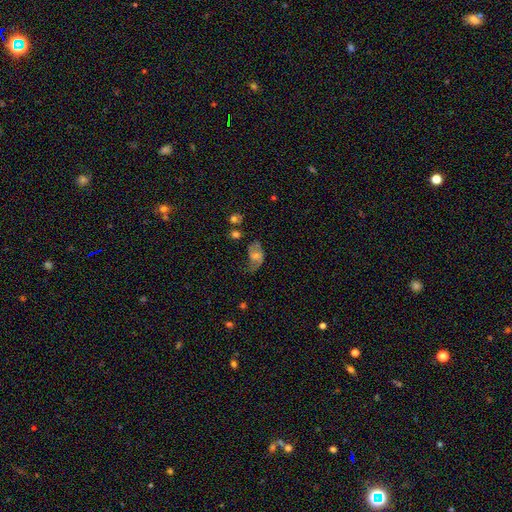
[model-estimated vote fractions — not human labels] smooth_or_featured: featured or disk (p=0.56) [alt: smooth p=0.32]
disk_edge_on: no (p=0.95) [alt: yes p=0.05]
bar: no (p=0.55) [alt: weak p=0.36]
has_spiral_arms: yes (p=0.78) [alt: no p=0.22]
bulge_size: moderate (p=0.45) [alt: small p=0.40]
merging: none (p=0.43) [alt: minor disturbance p=0.27]